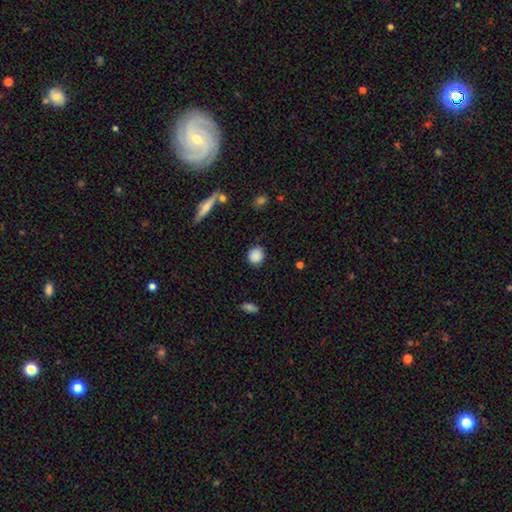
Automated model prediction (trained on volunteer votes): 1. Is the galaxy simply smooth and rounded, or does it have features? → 87% smooth, 9% star or artifact, 4% featured or disk.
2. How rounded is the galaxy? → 84% round, 15% in between, 1% cigar-shaped.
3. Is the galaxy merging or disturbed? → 87% none, 9% minor disturbance, 3% major disturbance, 2% merger.